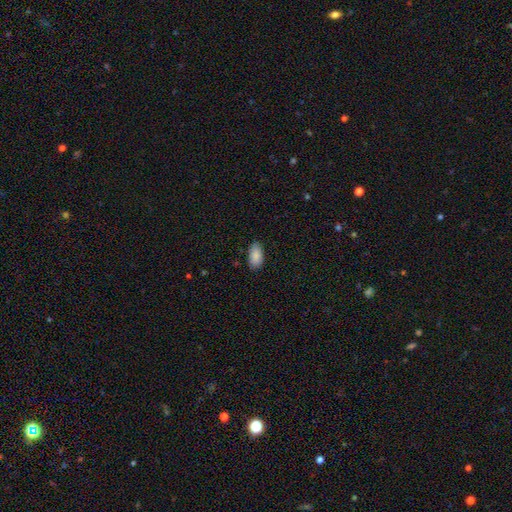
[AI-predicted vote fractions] Smooth or featured? smooth (88%)
How rounded? in between (94%)
Merging? none (84%)